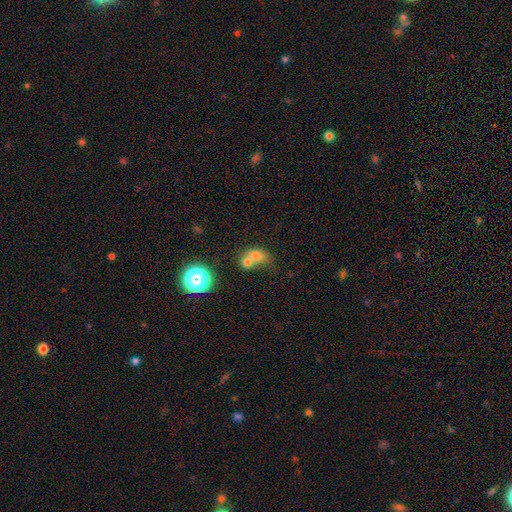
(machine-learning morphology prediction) smooth 68%, featured or disk 16%, star or artifact 15%. Down the decision tree: how rounded — round (52%); merging — merger (64%).